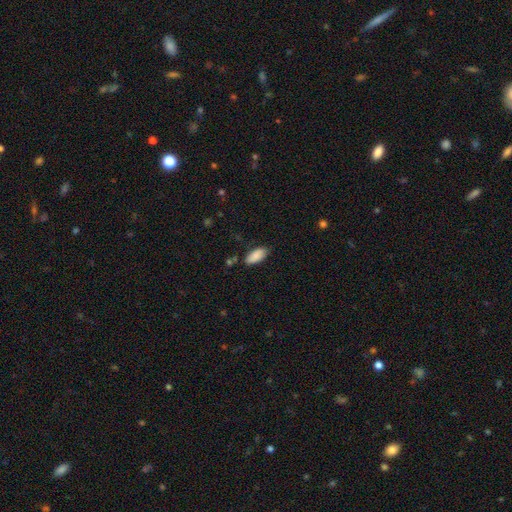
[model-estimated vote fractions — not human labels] smooth 88%, star or artifact 6%, featured or disk 6%. Down the decision tree: how rounded — in between (88%); merging — none (78%).